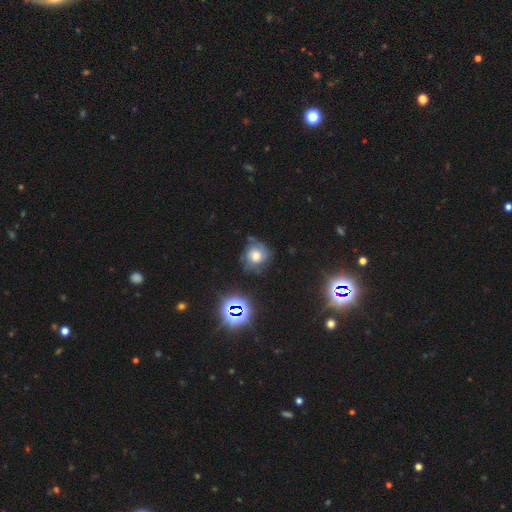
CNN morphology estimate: This is marginally a smooth galaxy (45%). Merging: possibly none (57%).